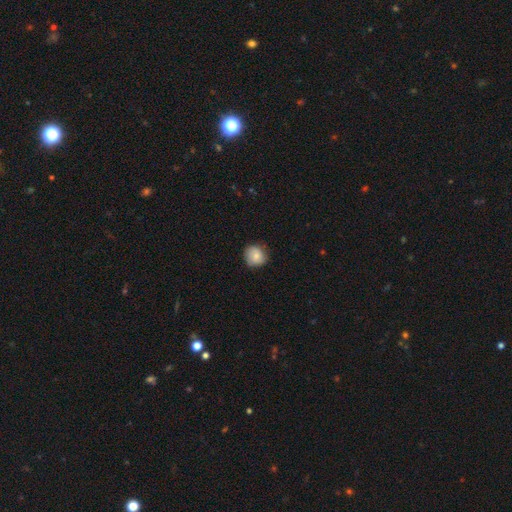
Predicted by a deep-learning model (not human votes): The model was most divided on "merging": none: 77%, minor disturbance: 18%, major disturbance: 3%, merger: 1%. More confident: how rounded — round (87%); smooth or featured — smooth (77%).